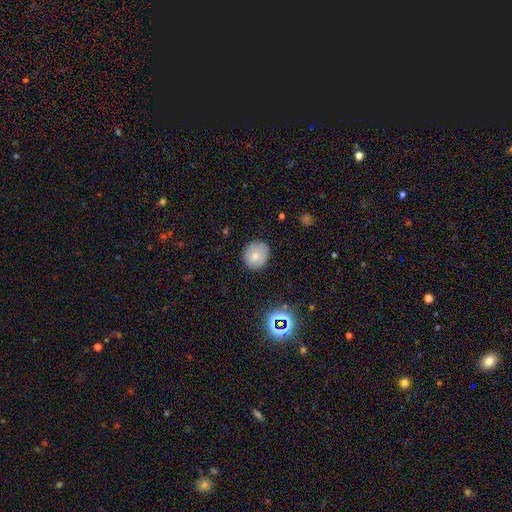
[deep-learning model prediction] A smooth galaxy with no disk features (77%) that is round (83%). Merging: none (85%).